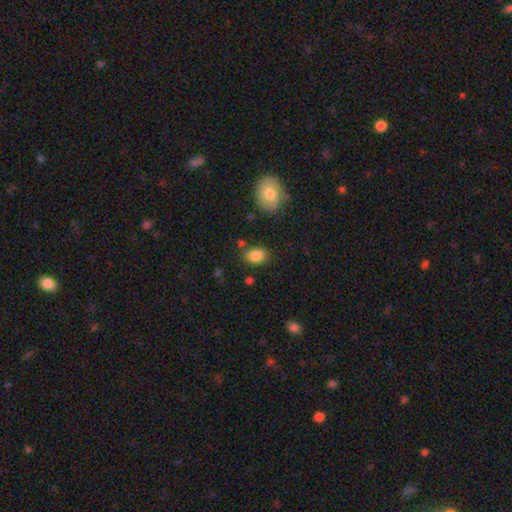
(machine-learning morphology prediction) Q: Smooth or featured?
A: smooth (86%); runner-up: star or artifact (9%)
Q: How rounded?
A: in between (79%); runner-up: round (20%)
Q: Merging?
A: none (78%); runner-up: minor disturbance (14%)